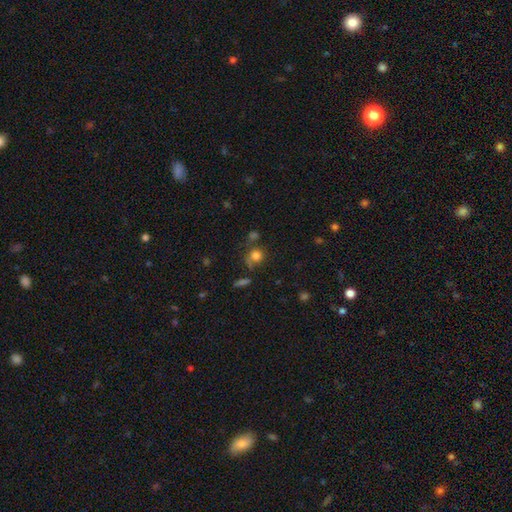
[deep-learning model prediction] Smooth or featured: smooth — 76% (star or artifact — 14%)
How rounded: round — 84% (in between — 14%)
Merging: none — 63% (minor disturbance — 15%)